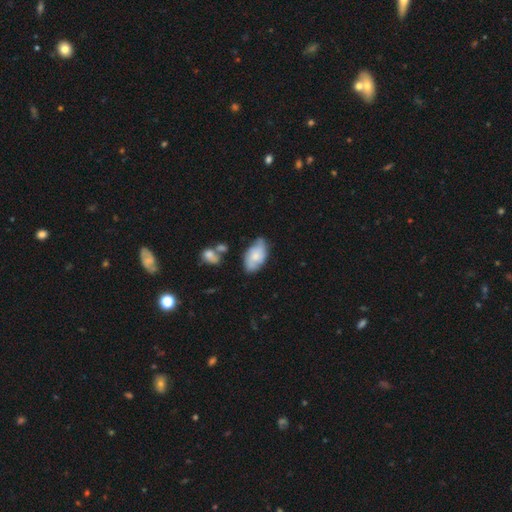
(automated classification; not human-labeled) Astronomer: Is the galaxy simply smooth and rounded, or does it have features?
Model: smooth — 54% (runner-up: featured or disk, 39%).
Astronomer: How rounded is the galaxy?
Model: in between — 92%.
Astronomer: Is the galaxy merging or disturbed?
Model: none — 58%.